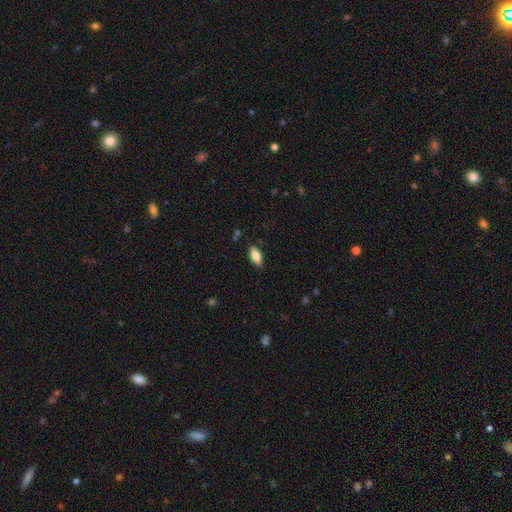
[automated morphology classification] Smooth or featured: smooth — 79% (featured or disk — 14%)
How rounded: in between — 88% (cigar-shaped — 9%)
Merging: none — 87% (minor disturbance — 10%)